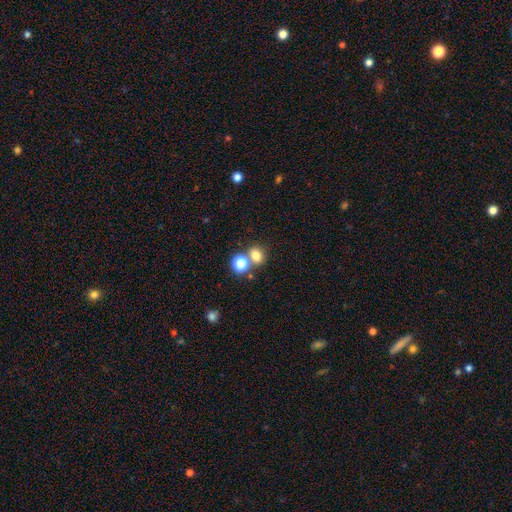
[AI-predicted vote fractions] Q: Smooth or featured?
A: smooth (76%); runner-up: star or artifact (16%)
Q: How rounded?
A: round (61%); runner-up: in between (38%)
Q: Merging?
A: none (59%); runner-up: merger (29%)